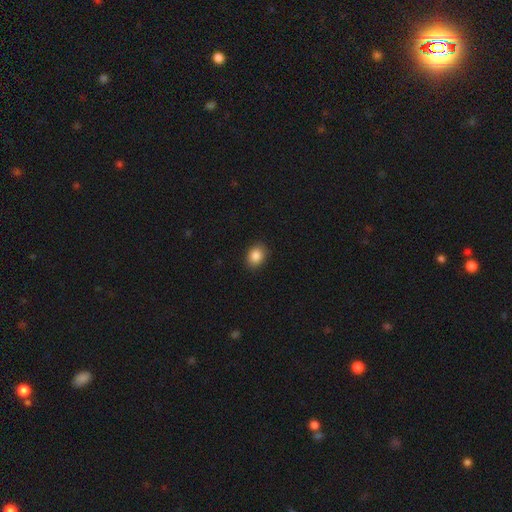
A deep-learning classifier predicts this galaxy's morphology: Smooth or featured: smooth — 87% (star or artifact — 9%)
How rounded: in between — 62% (round — 37%)
Merging: none — 88% (minor disturbance — 9%)